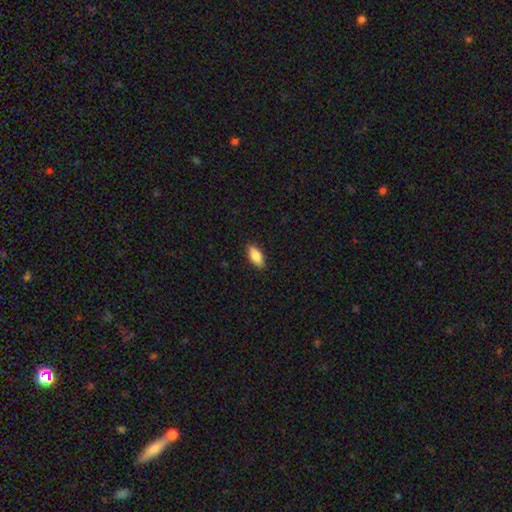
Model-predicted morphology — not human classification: type=smooth (83%); roundness=in between (82%); merging=none (88%).